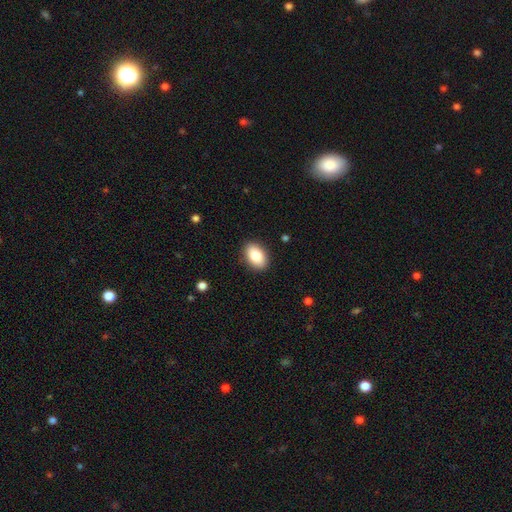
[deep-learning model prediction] A smooth galaxy with no disk features (83%) that is in between round and cigar-shaped (88%).

Vote fractions:
- Smooth or featured? smooth: 83% / featured or disk: 10% / star or artifact: 7%
- How rounded? in between: 88% / round: 10% / cigar-shaped: 1%
- Merging? none: 89% / minor disturbance: 8% / major disturbance: 2% / merger: 1%